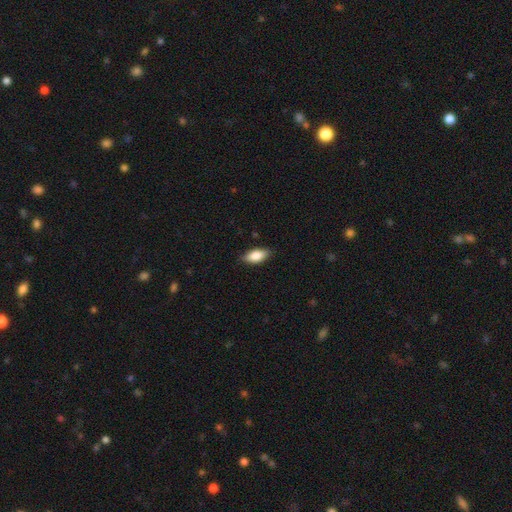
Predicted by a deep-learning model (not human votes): smooth-or-featured: smooth: 84% | featured or disk: 10% | star or artifact: 6%
  how-rounded: in between: 88% | cigar-shaped: 9% | round: 3%
  merging: none: 86% | minor disturbance: 11% | major disturbance: 2% | merger: 1%